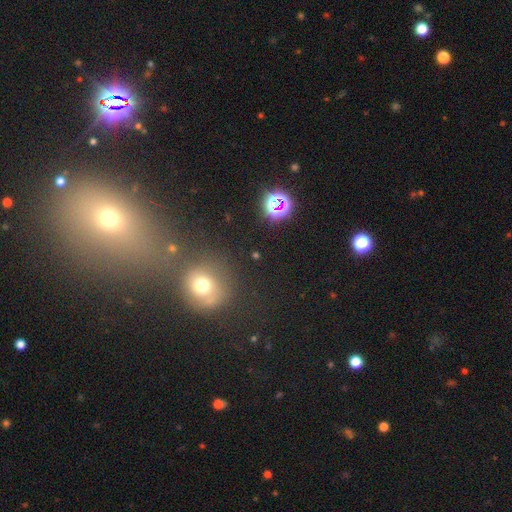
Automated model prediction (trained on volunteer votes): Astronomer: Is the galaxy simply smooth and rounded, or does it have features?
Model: smooth — 47% (runner-up: star or artifact, 39%).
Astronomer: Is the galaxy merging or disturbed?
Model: none — 72%.